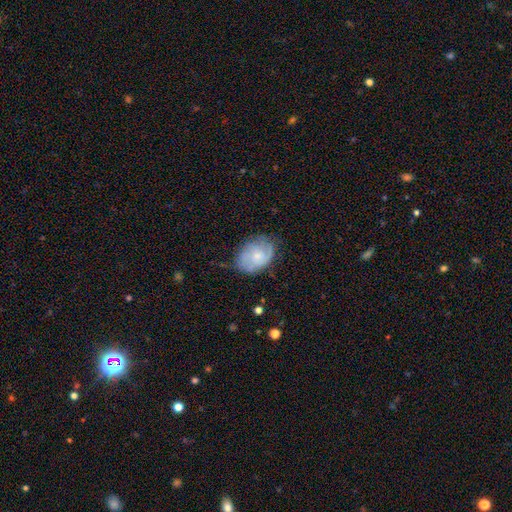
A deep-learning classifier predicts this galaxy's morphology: Overall: featured or disk (47%; smooth 45%). Merging: none (62%; minor disturbance 28%).